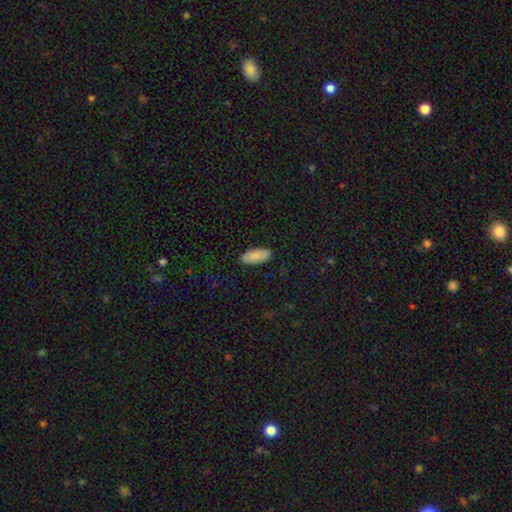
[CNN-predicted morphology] Smooth or featured? smooth (89%)
How rounded? in between (86%)
Merging? none (89%)